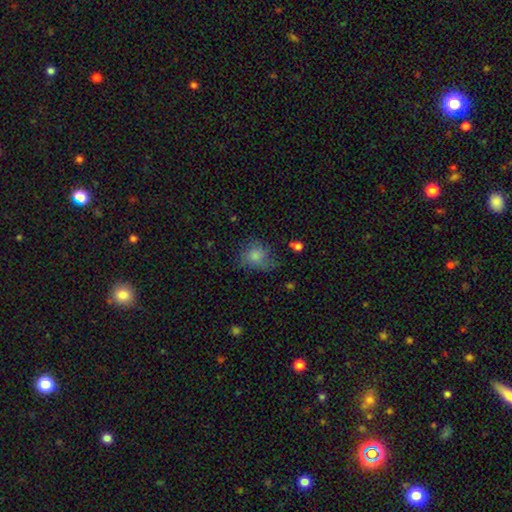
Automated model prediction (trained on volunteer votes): Smooth or featured: smooth — 73% (featured or disk — 16%)
How rounded: round — 64% (in between — 35%)
Merging: none — 50% (minor disturbance — 28%)